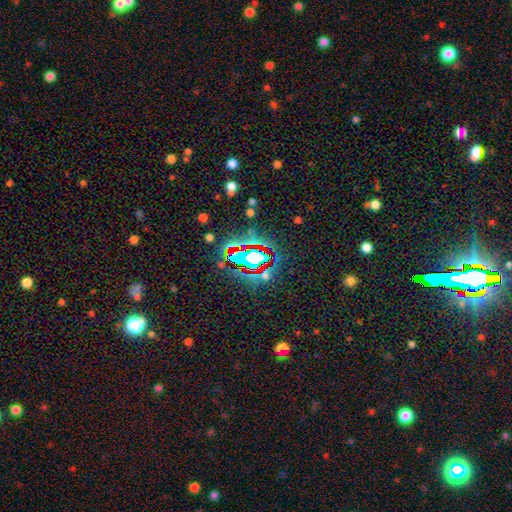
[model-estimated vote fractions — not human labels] Smooth or featured?
  - star or artifact: 67% *
  - smooth: 20%
  - featured or disk: 14%